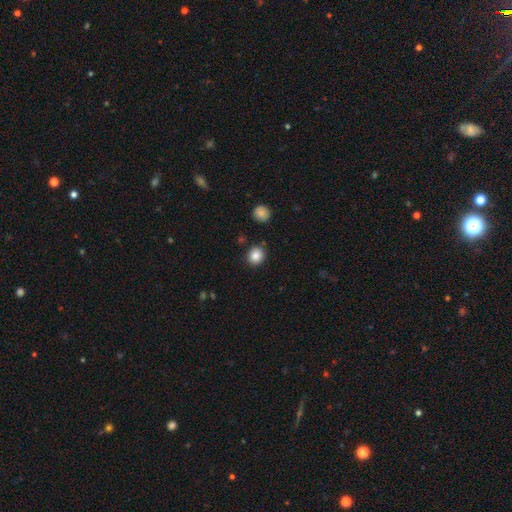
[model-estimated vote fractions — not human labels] A smooth galaxy with no disk features (86%) that is round (83%).

Vote fractions:
- Smooth or featured? smooth: 86% / star or artifact: 10% / featured or disk: 4%
- How rounded? round: 83% / in between: 16% / cigar-shaped: 1%
- Merging? none: 87% / minor disturbance: 7% / merger: 3% / major disturbance: 2%